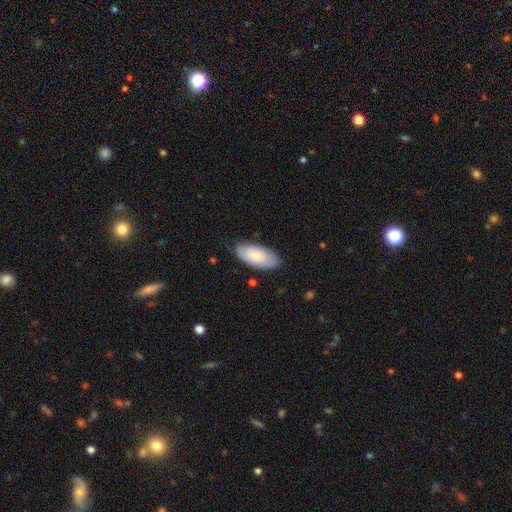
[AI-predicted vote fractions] smooth-or-featured: smooth: 68% | featured or disk: 26% | star or artifact: 6%
  how-rounded: in between: 92% | cigar-shaped: 6% | round: 2%
  merging: none: 75% | minor disturbance: 21% | major disturbance: 4% | merger: 1%